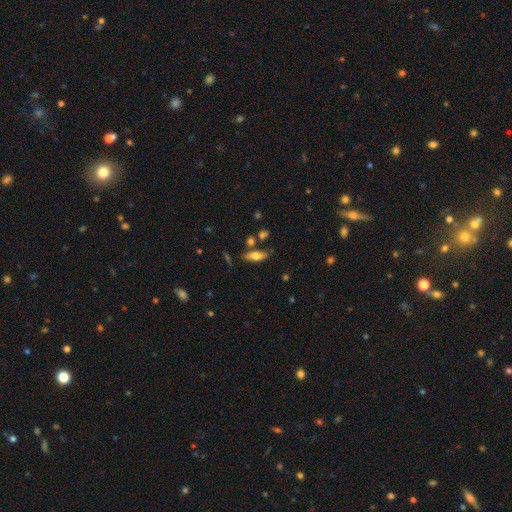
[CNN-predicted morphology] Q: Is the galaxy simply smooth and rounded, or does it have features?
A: smooth — 69%.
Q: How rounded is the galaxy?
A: in between — 67%.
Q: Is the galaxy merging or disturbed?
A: none — 73%.